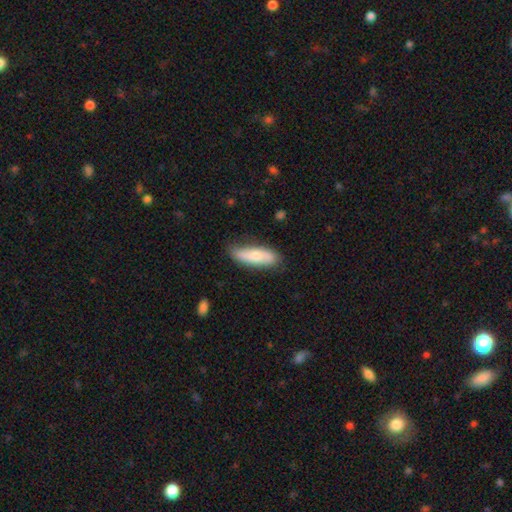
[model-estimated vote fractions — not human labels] This appears to be a smooth galaxy with no disk features (68%) that is in between round and cigar-shaped (50%). Merging: none (74%).